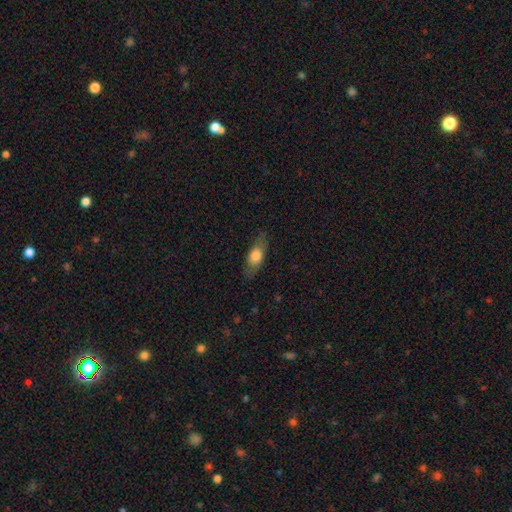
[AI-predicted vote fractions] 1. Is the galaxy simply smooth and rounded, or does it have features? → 67% smooth, 27% featured or disk, 6% star or artifact.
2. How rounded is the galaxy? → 72% in between, 22% cigar-shaped, 6% round.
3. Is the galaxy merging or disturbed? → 77% none, 16% minor disturbance, 6% major disturbance, 1% merger.